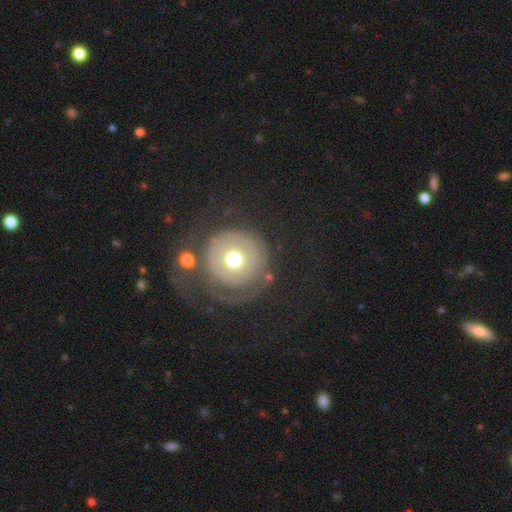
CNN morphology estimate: This appears to be a featured or disk galaxy (57%) with no bar (82%), no spiral arms (53%) and a moderate central bulge (66%). Merging: none (70%).